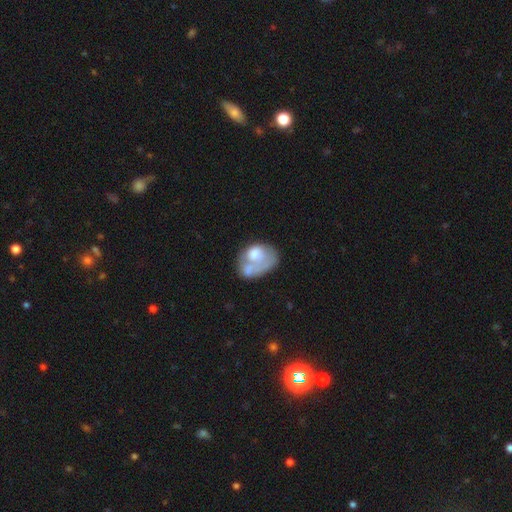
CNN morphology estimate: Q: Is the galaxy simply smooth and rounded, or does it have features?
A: smooth — 51%.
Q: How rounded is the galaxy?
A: in between — 74%.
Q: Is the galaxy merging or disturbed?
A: none — 29%.